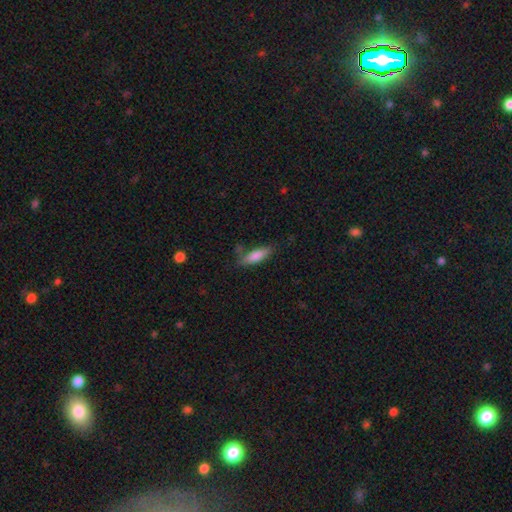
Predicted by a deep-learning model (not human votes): A smooth galaxy with no disk features (79%) that is cigar-shaped (53%).

Vote fractions:
- Smooth or featured? smooth: 79% / featured or disk: 14% / star or artifact: 7%
- How rounded? cigar-shaped: 53% / in between: 45% / round: 2%
- Merging? none: 67% / minor disturbance: 21% / merger: 6% / major disturbance: 6%